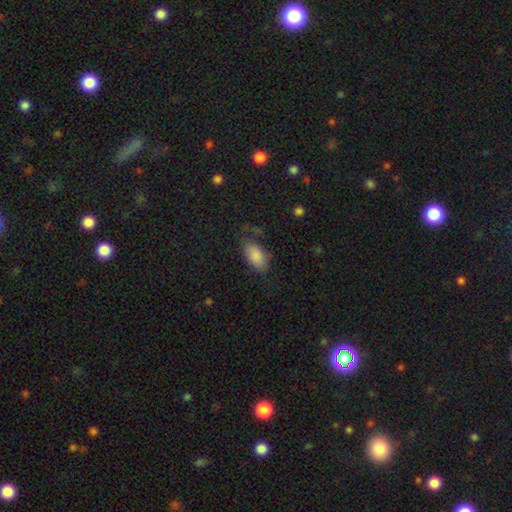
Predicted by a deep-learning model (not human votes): This appears to be a smooth galaxy with no disk features (86%) that is in between round and cigar-shaped (94%). Merging: none (63%).